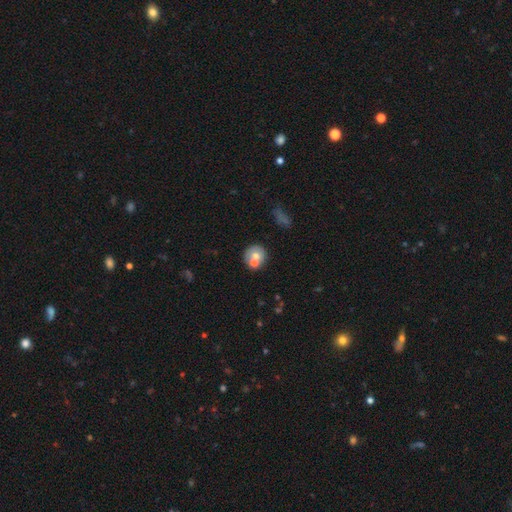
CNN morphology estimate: Smooth or featured: smooth — 64% (featured or disk — 26%)
How rounded: round — 85% (in between — 14%)
Merging: none — 52% (merger — 35%)